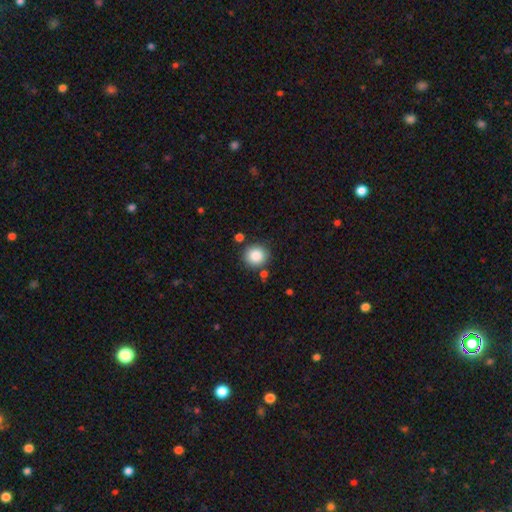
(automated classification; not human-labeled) This appears to be a smooth galaxy with no disk features (86%) that is round (91%). Merging: none (85%).